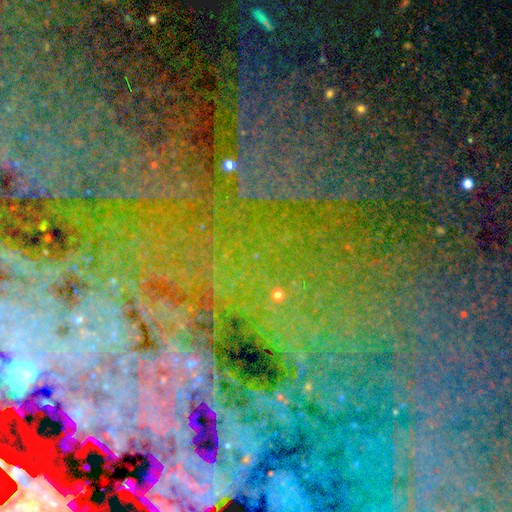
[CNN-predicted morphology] Smooth or featured? star or artifact (82%)